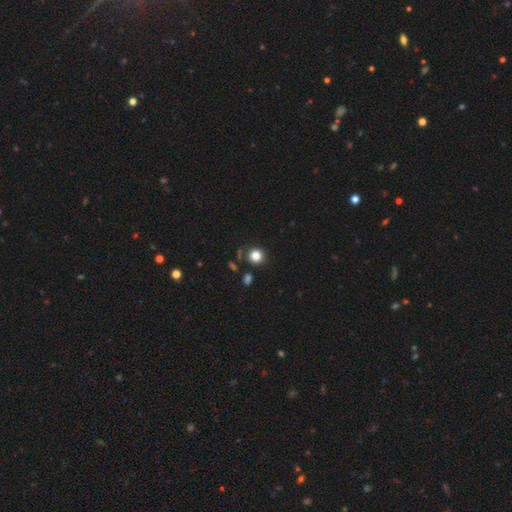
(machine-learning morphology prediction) Smooth or featured?
  - smooth: 83% *
  - star or artifact: 13%
  - featured or disk: 5%
How rounded?
  - round: 92% *
  - in between: 7%
  - cigar-shaped: 1%
Merging?
  - none: 85% *
  - minor disturbance: 8%
  - merger: 5%
  - major disturbance: 3%